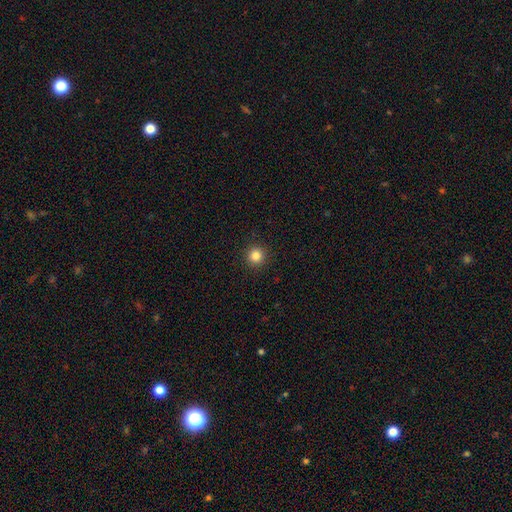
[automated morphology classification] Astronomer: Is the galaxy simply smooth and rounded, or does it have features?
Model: smooth — 84%.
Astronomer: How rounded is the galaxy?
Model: round — 95%.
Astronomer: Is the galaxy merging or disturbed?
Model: none — 93%.